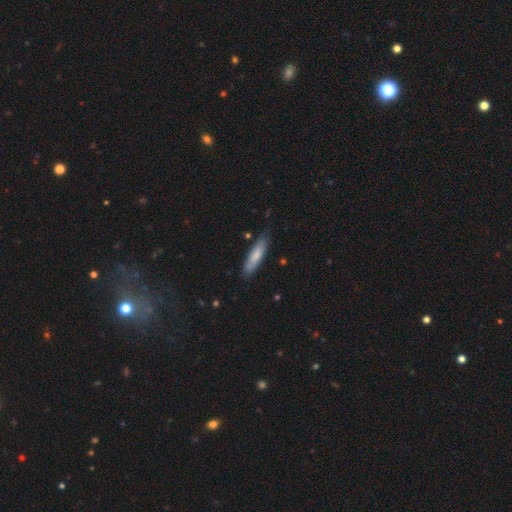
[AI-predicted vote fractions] Smooth or featured?
  - smooth: 75% *
  - featured or disk: 20%
  - star or artifact: 5%
How rounded?
  - cigar-shaped: 72% *
  - in between: 27%
  - round: 1%
Merging?
  - none: 71% *
  - minor disturbance: 23%
  - major disturbance: 4%
  - merger: 2%